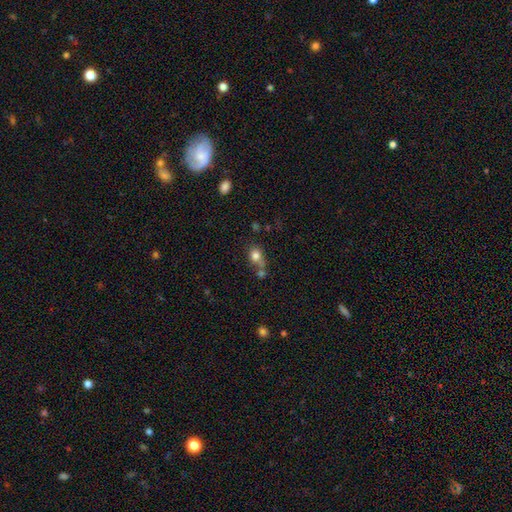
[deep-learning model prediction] A smooth galaxy with no disk features (79%) that is round (68%).

Vote fractions:
- Smooth or featured? smooth: 79% / star or artifact: 12% / featured or disk: 10%
- How rounded? round: 68% / in between: 31% / cigar-shaped: 1%
- Merging? none: 45% / merger: 34% / minor disturbance: 14% / major disturbance: 7%